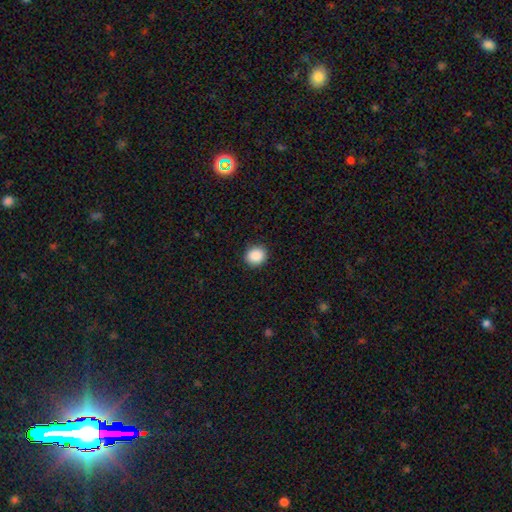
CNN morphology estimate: smooth 89%, star or artifact 8%, featured or disk 3%. Down the decision tree: how rounded — round (80%); merging — none (91%).